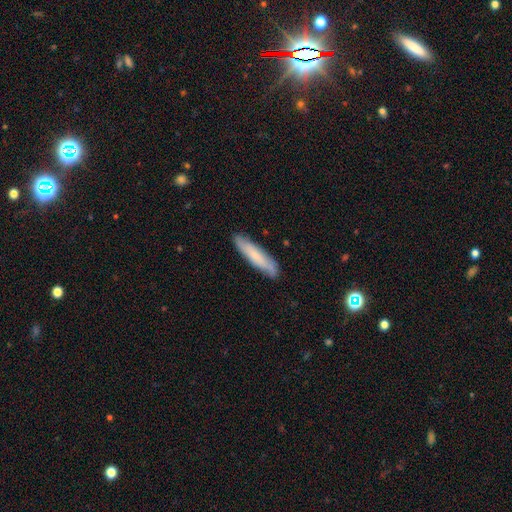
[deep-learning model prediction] This is likely a smooth galaxy (67%). How rounded: clearly cigar-shaped (84%). Merging: clearly none (87%).